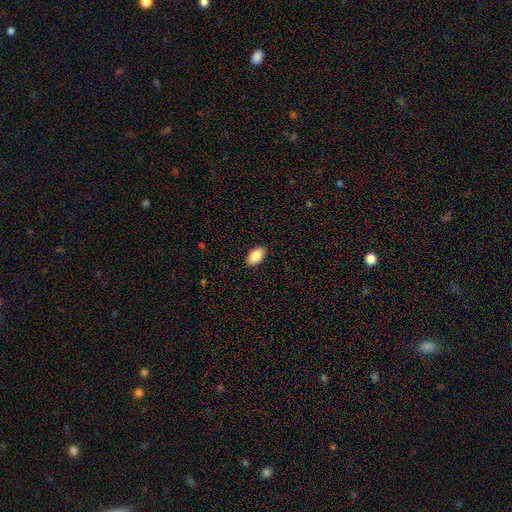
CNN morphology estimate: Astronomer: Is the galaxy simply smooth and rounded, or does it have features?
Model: smooth — 88%.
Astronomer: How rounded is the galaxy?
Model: in between — 93%.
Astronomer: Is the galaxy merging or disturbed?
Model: none — 88%.